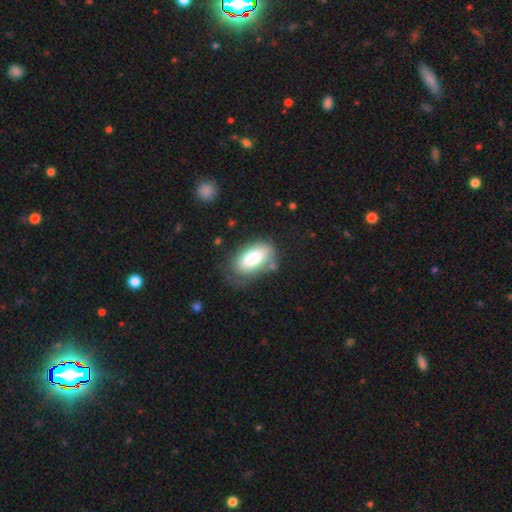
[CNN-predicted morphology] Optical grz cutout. It shows a smooth galaxy with no disk features (78%) that is in between round and cigar-shaped (92%). Merging: none (61%).